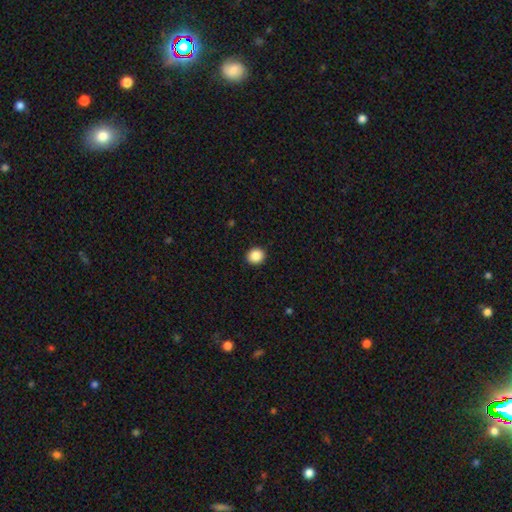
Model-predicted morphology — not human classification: This appears to be a smooth galaxy with no disk features (88%) that is round (81%). Merging: none (92%).